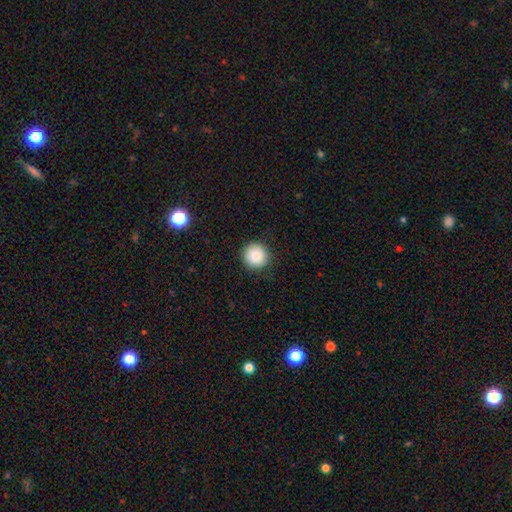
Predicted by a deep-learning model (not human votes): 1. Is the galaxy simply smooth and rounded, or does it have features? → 86% smooth, 9% star or artifact, 5% featured or disk.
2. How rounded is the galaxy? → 95% round, 4% in between, 1% cigar-shaped.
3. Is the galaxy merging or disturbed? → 90% none, 7% minor disturbance, 2% major disturbance, 1% merger.